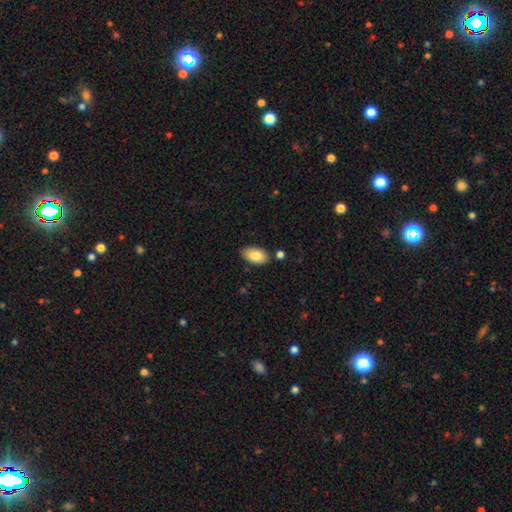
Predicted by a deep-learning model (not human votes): Overall: smooth (85%). How rounded: in between (94%). Merging: none (82%).